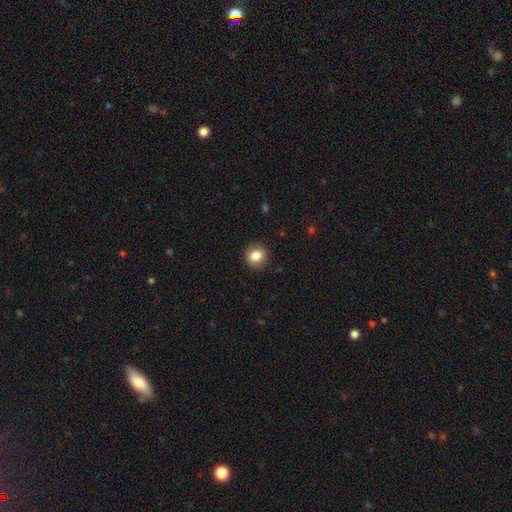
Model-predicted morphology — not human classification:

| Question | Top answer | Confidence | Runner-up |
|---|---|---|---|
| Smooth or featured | smooth | 84% | star or artifact (9%) |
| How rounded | round | 85% | in between (14%) |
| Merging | none | 90% | minor disturbance (7%) |